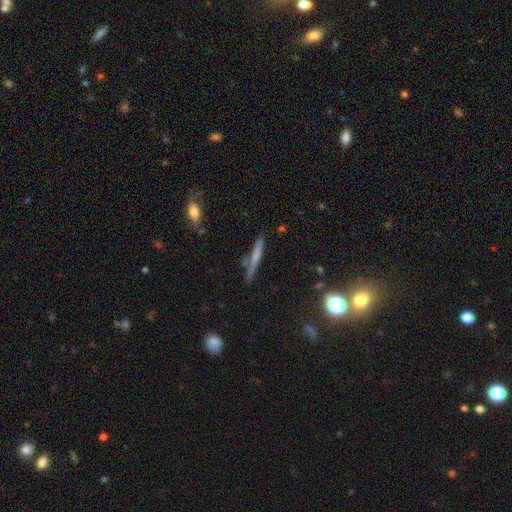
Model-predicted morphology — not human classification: Smooth or featured? Predicted: smooth (p=0.51). How rounded? Predicted: cigar-shaped (p=0.93). Merging? Predicted: none (p=0.76).